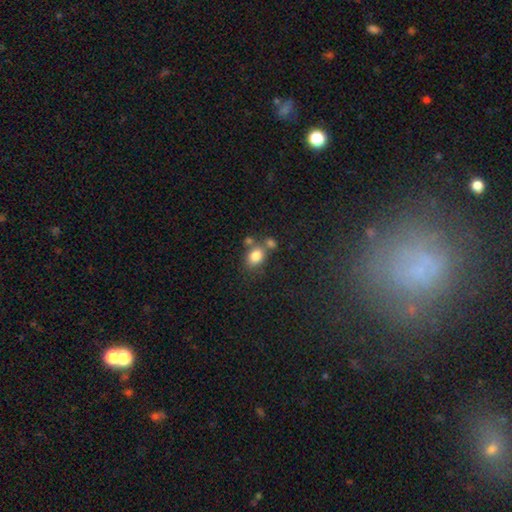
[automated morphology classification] Smooth or featured? Predicted: smooth (p=0.81). How rounded? Predicted: in between (p=0.62). Merging? Predicted: none (p=0.51).